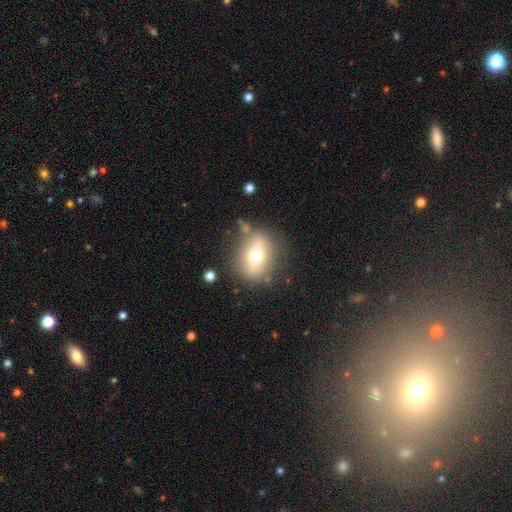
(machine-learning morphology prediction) Smooth or featured: smooth — 49% (featured or disk — 42%)
Merging: none — 75% (minor disturbance — 15%)